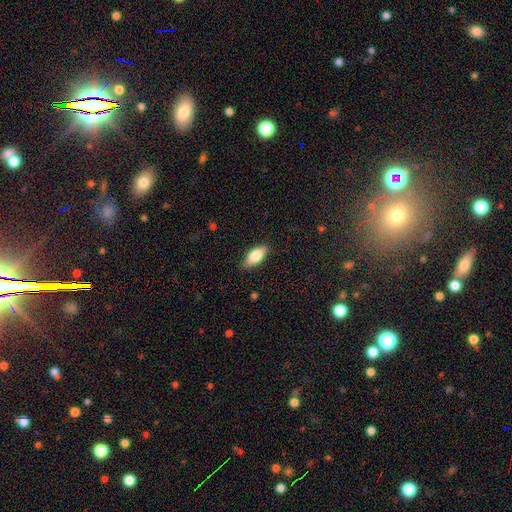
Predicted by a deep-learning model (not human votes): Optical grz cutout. It shows a smooth galaxy with no disk features (80%) that is in between round and cigar-shaped (85%). Merging: none (84%).